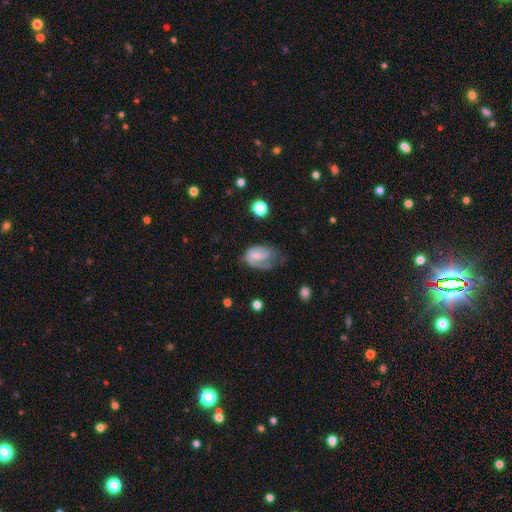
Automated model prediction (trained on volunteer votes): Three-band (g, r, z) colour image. It shows a featured or disk galaxy (71%) with a weak bar (49%), 2 (51%) medium (43%) spiral arms (88%) and a small central bulge (46%). Merging: none (43%).